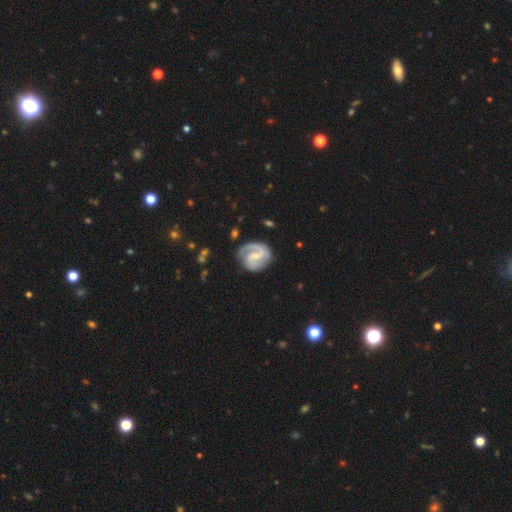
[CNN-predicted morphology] Smooth or featured? featured or disk (88%)
Edge-on disk? no (98%)
Bar? weak (52%)
Spiral arms? yes (97%)
Spiral winding? medium (48%)
Spiral arm count? 2 (85%)
Bulge size? small (52%)
Merging? none (75%)